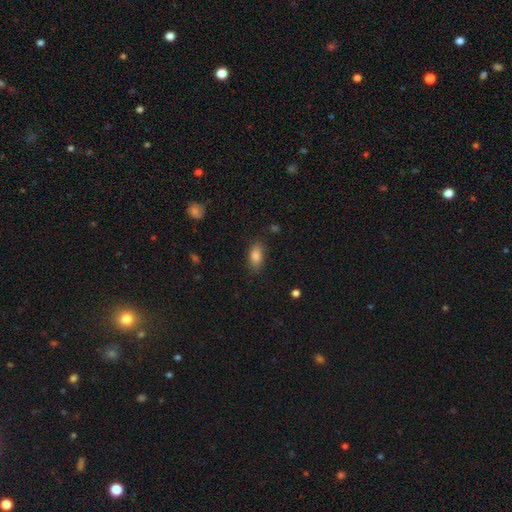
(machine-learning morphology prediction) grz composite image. It shows a smooth galaxy with no disk features (85%) that is in between round and cigar-shaped (88%). Merging: none (82%).